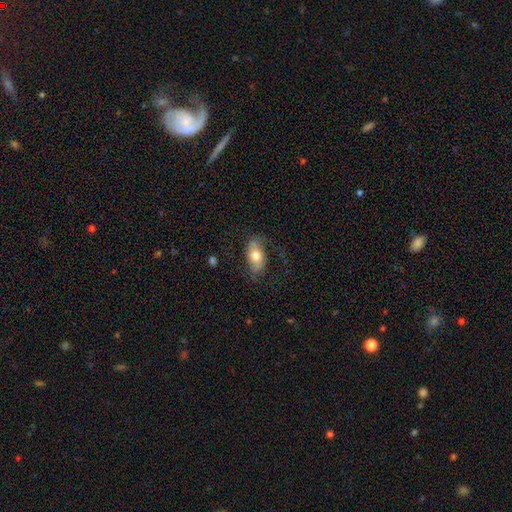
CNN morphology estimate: smooth 66%, featured or disk 28%, star or artifact 7%. Down the decision tree: how rounded — in between (91%); merging — none (69%).